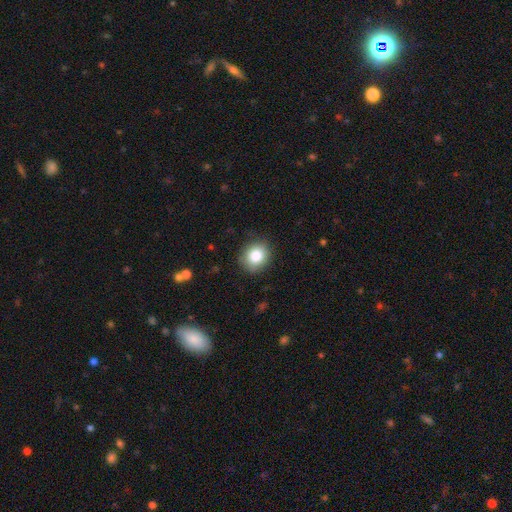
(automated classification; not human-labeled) Morphology: type=smooth (85%); roundness=round (74%); merging=none (86%).